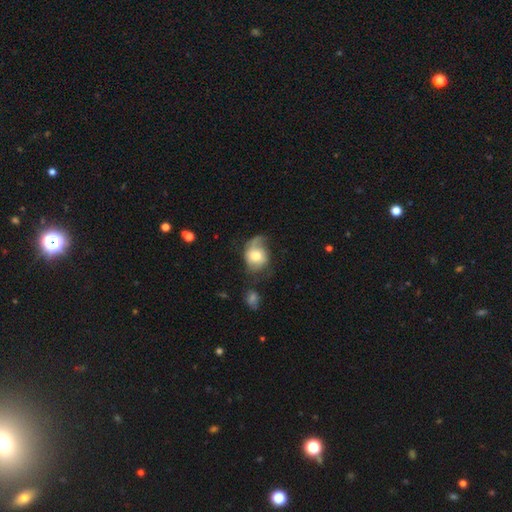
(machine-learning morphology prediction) Smooth or featured?
  - smooth: 53% *
  - featured or disk: 39%
  - star or artifact: 8%
How rounded?
  - in between: 51% *
  - round: 48%
  - cigar-shaped: 1%
Merging?
  - none: 34% *
  - minor disturbance: 30%
  - major disturbance: 30%
  - merger: 6%